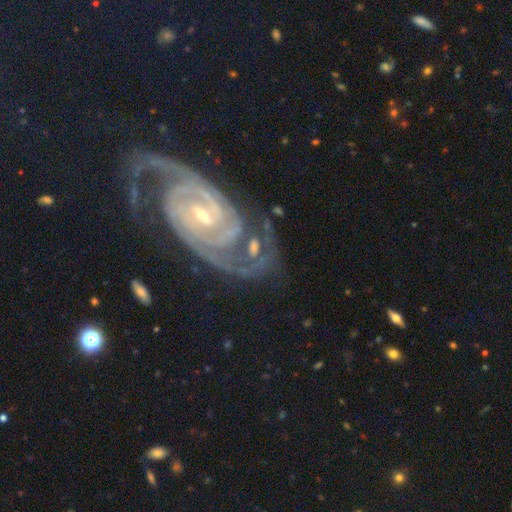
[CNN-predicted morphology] smooth-or-featured: featured or disk: 87% | star or artifact: 7% | smooth: 6%
  disk-edge-on: no: 96% | yes: 4%
    bar: weak: 44% | no: 29% | strong: 27%
    has-spiral-arms: yes: 97% | no: 3%
      spiral-winding: tight: 65% | medium: 29% | loose: 6%
      spiral-arm-count: 2: 56% | 3: 14% | can't tell: 13% | 4: 7% | more than 4: 5% | 1: 5%
    bulge-size: small: 56% | moderate: 38% | large: 3% | none: 2% | dominant: 1%
  merging: none: 57% | minor disturbance: 19% | merger: 12% | major disturbance: 12%